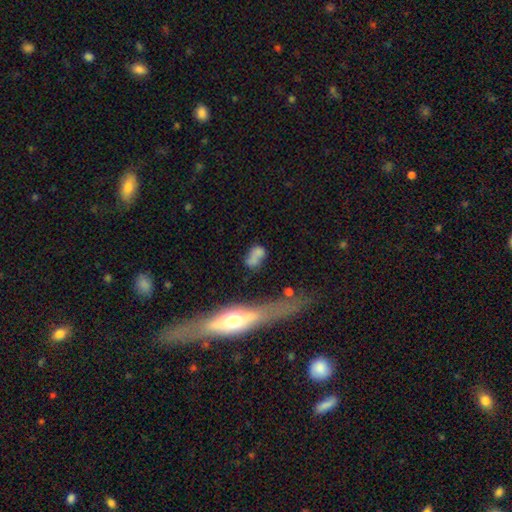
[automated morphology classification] Smooth or featured: smooth — 67% (featured or disk — 22%)
How rounded: in between — 73% (round — 19%)
Merging: none — 42% (merger — 22%)